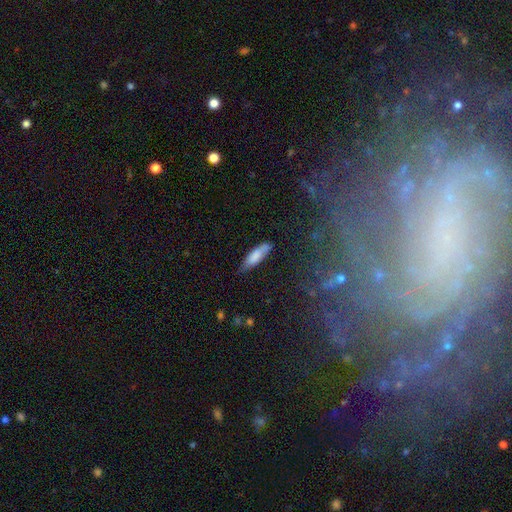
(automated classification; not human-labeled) Overall: smooth (79%). How rounded: cigar-shaped (57%; in between 42%). Merging: none (69%).